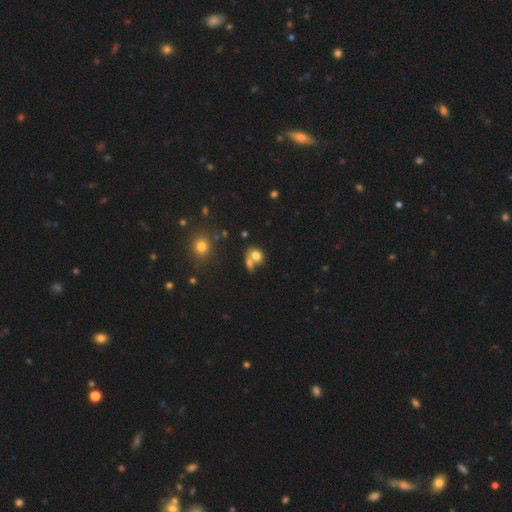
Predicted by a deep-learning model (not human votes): A smooth galaxy with no disk features (75%) that is round (56%).

Vote fractions:
- Smooth or featured? smooth: 75% / featured or disk: 13% / star or artifact: 12%
- How rounded? round: 56% / in between: 43% / cigar-shaped: 1%
- Merging? merger: 50% / none: 35% / minor disturbance: 9% / major disturbance: 6%